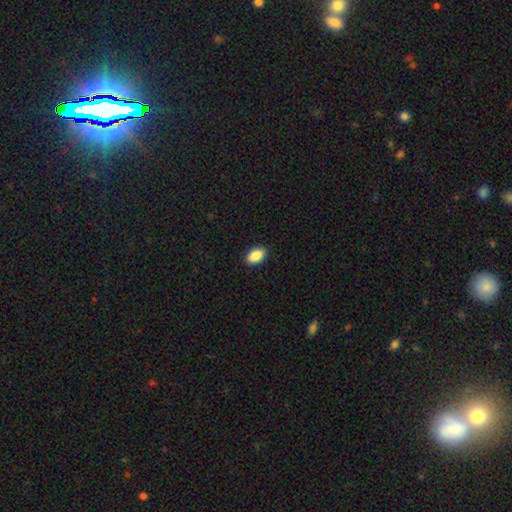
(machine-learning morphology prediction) Smooth or featured: smooth — 88% (star or artifact — 7%)
How rounded: in between — 92% (round — 6%)
Merging: none — 90% (minor disturbance — 7%)